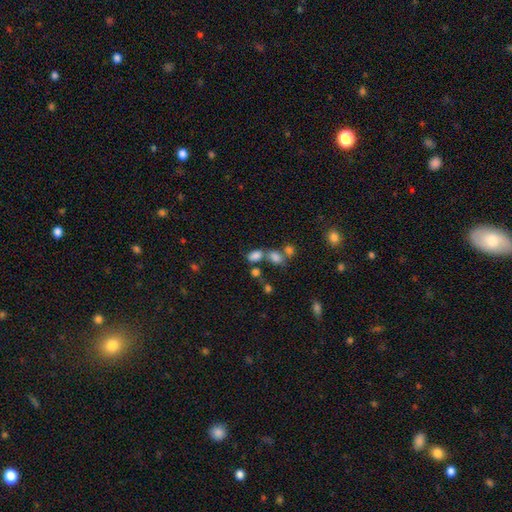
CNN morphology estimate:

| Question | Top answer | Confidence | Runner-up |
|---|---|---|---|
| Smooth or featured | smooth | 78% | star or artifact (13%) |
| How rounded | in between | 85% | round (13%) |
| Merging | none | 42% | merger (36%) |